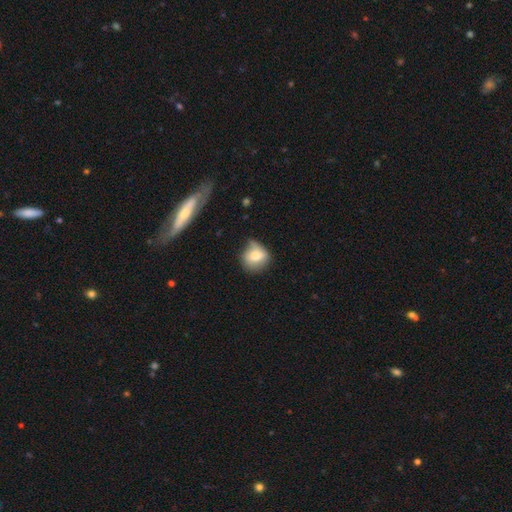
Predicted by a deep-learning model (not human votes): Smooth or featured: smooth — 73% (featured or disk — 18%)
How rounded: round — 71% (in between — 28%)
Merging: none — 49% (minor disturbance — 35%)